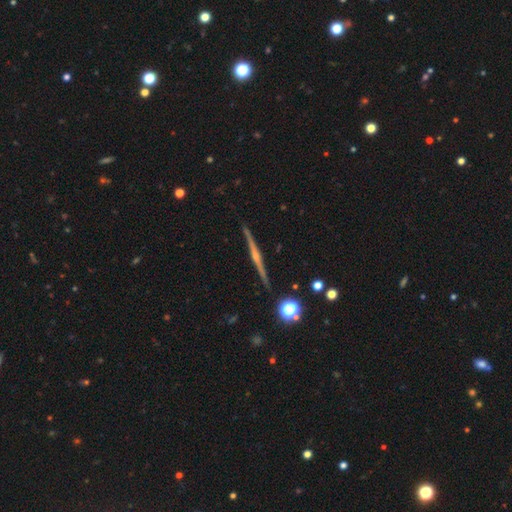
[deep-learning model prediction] Q: Smooth or featured?
A: featured or disk (83%); runner-up: smooth (10%)
Q: Edge-on disk?
A: yes (99%); runner-up: no (1%)
Q: Edge-on bulge?
A: rounded (76%); runner-up: none (16%)
Q: Merging?
A: none (92%); runner-up: minor disturbance (5%)